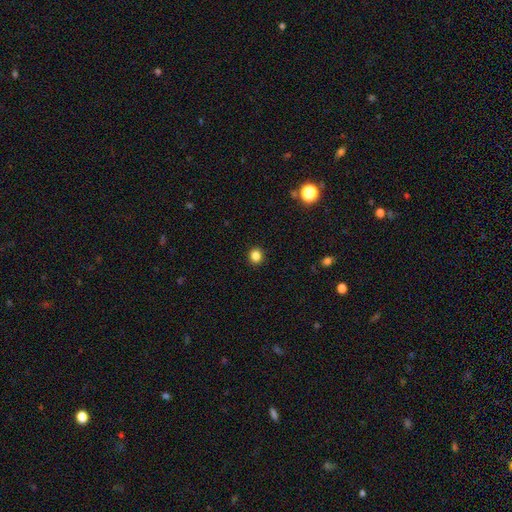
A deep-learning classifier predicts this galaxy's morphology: Smooth or featured: smooth — 84% (star or artifact — 12%)
How rounded: round — 77% (in between — 22%)
Merging: none — 91% (minor disturbance — 6%)